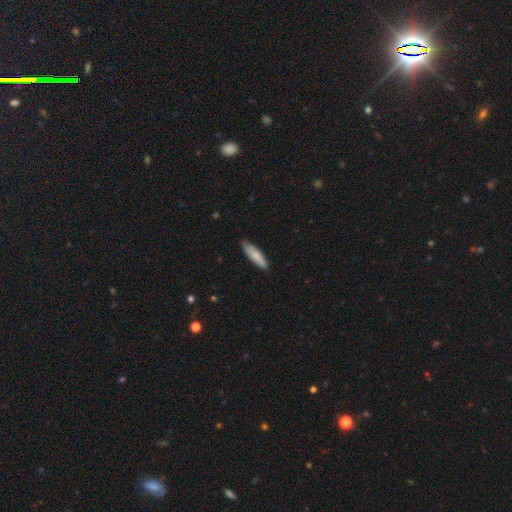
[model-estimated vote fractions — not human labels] A smooth galaxy with no disk features (82%) that is cigar-shaped (65%). Merging: none (83%).